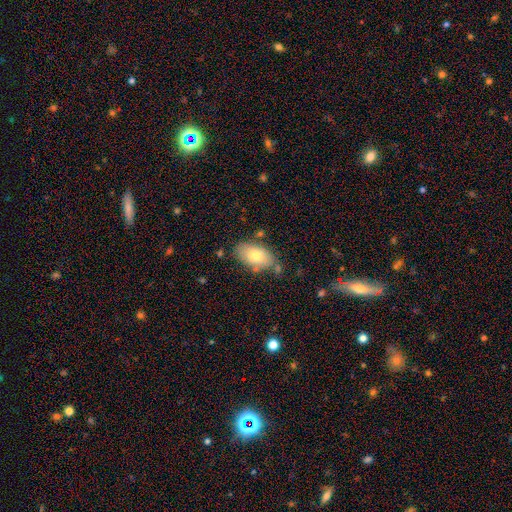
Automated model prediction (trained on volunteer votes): Smooth or featured?
  - smooth: 73% *
  - featured or disk: 19%
  - star or artifact: 7%
How rounded?
  - in between: 92% *
  - round: 6%
  - cigar-shaped: 2%
Merging?
  - none: 74% *
  - minor disturbance: 17%
  - merger: 6%
  - major disturbance: 4%